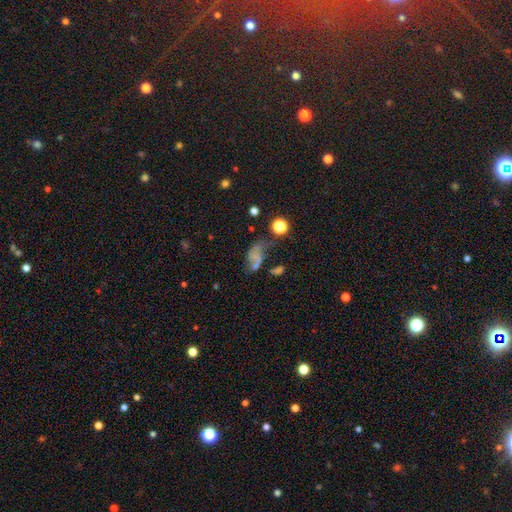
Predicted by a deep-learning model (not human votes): Smooth or featured: smooth — 41% (featured or disk — 39%)
Merging: major disturbance — 34% (none — 28%)